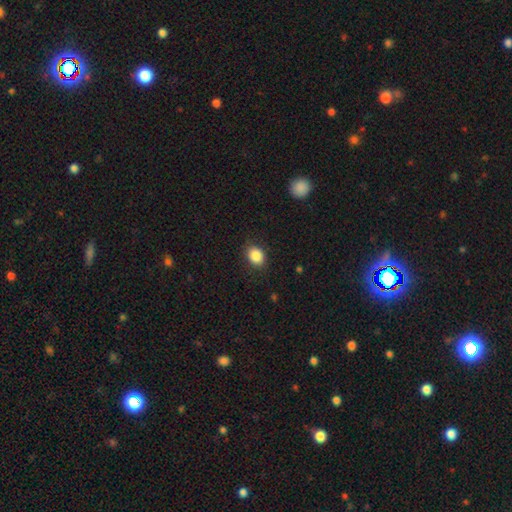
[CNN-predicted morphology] Smooth or featured? smooth (87%)
How rounded? in between (60%)
Merging? none (86%)